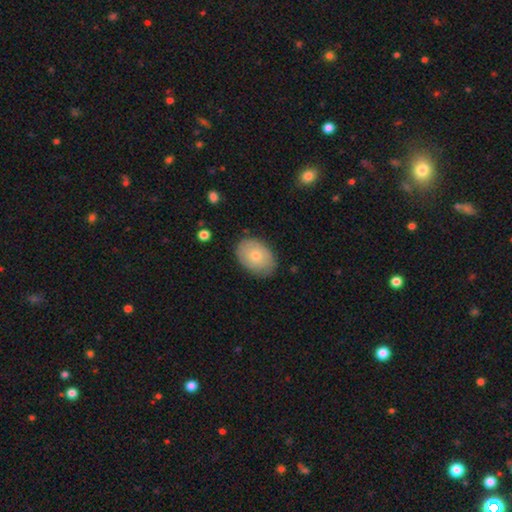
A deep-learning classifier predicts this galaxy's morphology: A smooth galaxy with no disk features (68%) that is in between round and cigar-shaped (81%).

Vote fractions:
- Smooth or featured? smooth: 68% / featured or disk: 26% / star or artifact: 6%
- How rounded? in between: 81% / round: 18% / cigar-shaped: 1%
- Merging? none: 80% / minor disturbance: 15% / major disturbance: 3% / merger: 1%